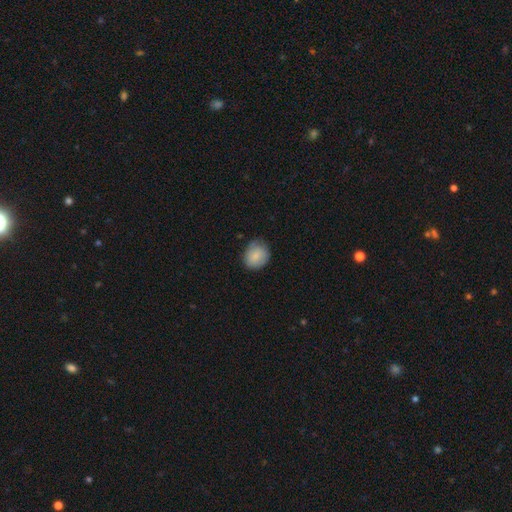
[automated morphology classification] A smooth galaxy with no disk features (81%) that is round (60%).

Vote fractions:
- Smooth or featured? smooth: 81% / featured or disk: 12% / star or artifact: 7%
- How rounded? round: 60% / in between: 40% / cigar-shaped: 1%
- Merging? none: 66% / minor disturbance: 27% / major disturbance: 5% / merger: 1%